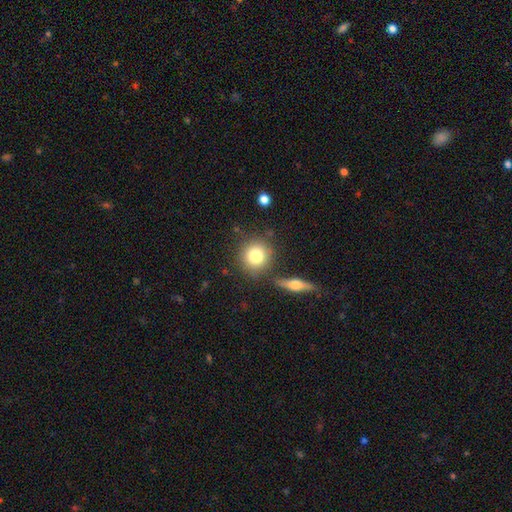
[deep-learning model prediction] Smooth or featured? Predicted: smooth (p=0.79). How rounded? Predicted: round (p=0.90). Merging? Predicted: none (p=0.77).